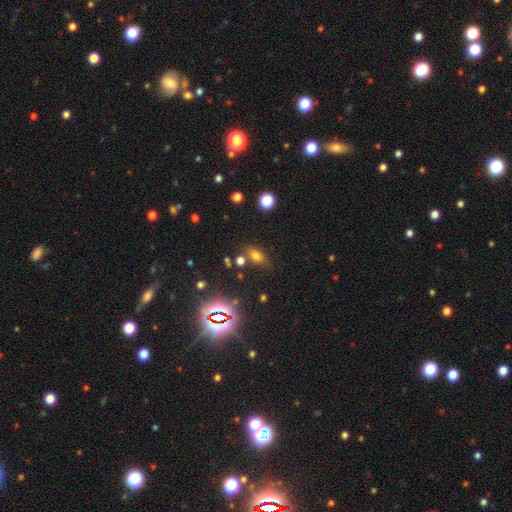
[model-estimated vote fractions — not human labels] A smooth galaxy with no disk features (66%) that is in between round and cigar-shaped (78%).

Vote fractions:
- Smooth or featured? smooth: 66% / star or artifact: 25% / featured or disk: 9%
- How rounded? in between: 78% / round: 17% / cigar-shaped: 4%
- Merging? none: 72% / minor disturbance: 14% / merger: 9% / major disturbance: 5%